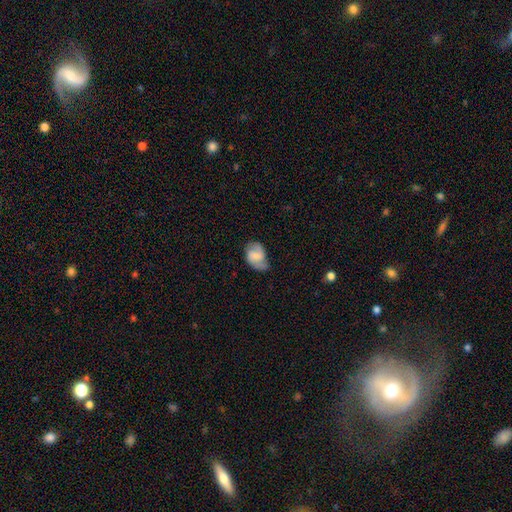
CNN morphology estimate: Overall: smooth (49%; featured or disk 43%). Merging: none (53%; minor disturbance 33%).